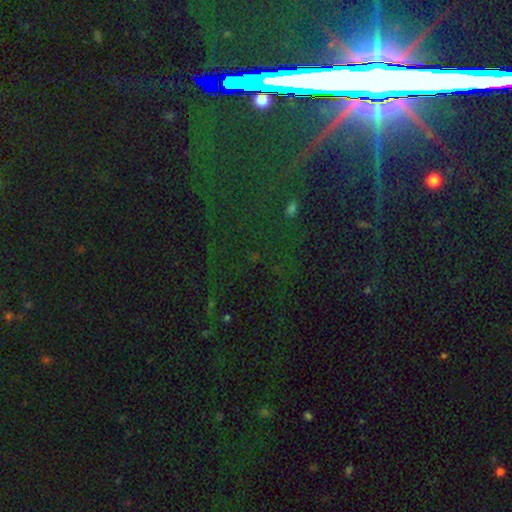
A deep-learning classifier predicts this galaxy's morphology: Q: Smooth or featured?
A: star or artifact (78%); runner-up: featured or disk (14%)